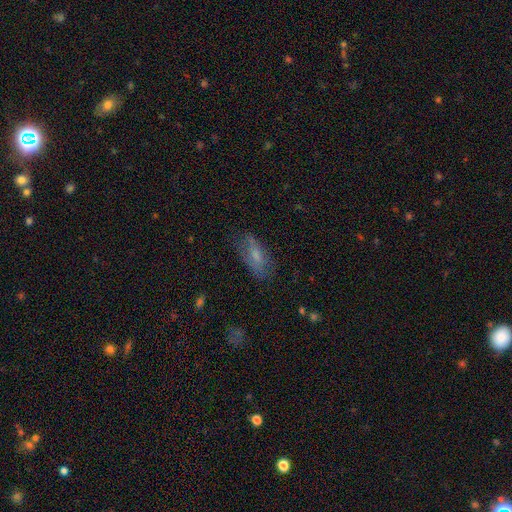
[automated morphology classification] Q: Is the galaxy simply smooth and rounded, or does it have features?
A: smooth — 63%.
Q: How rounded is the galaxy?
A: in between — 81%.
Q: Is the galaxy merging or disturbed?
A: none — 64%.